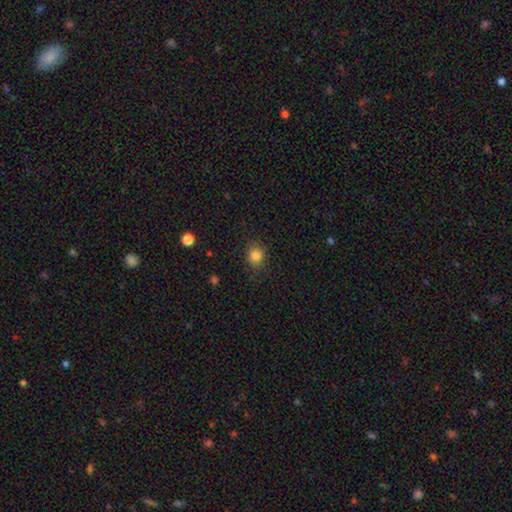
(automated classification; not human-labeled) This appears to be a smooth galaxy with no disk features (83%) that is round (68%). Merging: none (84%).